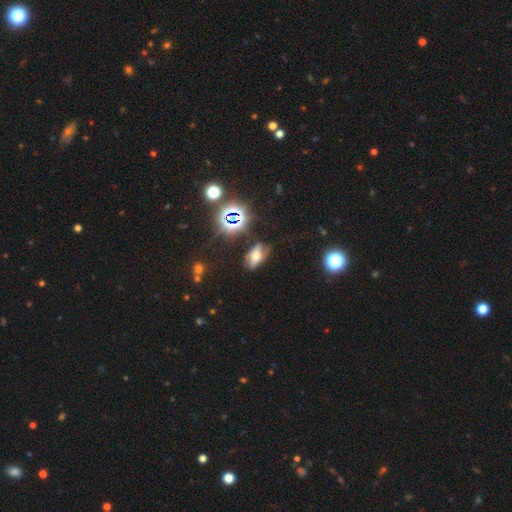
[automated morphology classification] This is marginally a smooth galaxy (39%). Merging: likely none (64%).